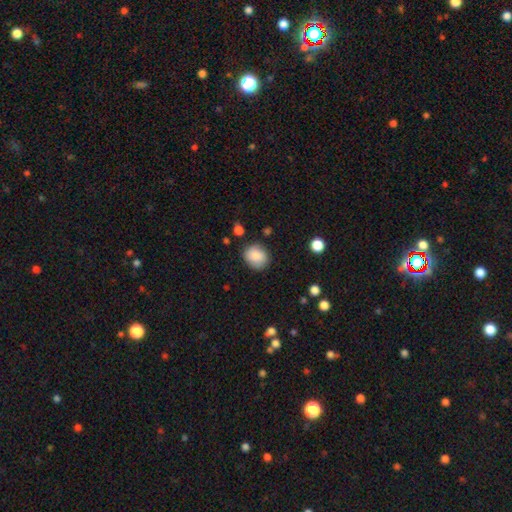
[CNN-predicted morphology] Q: Smooth or featured?
A: smooth (86%); runner-up: star or artifact (8%)
Q: How rounded?
A: round (66%); runner-up: in between (33%)
Q: Merging?
A: none (80%); runner-up: minor disturbance (14%)